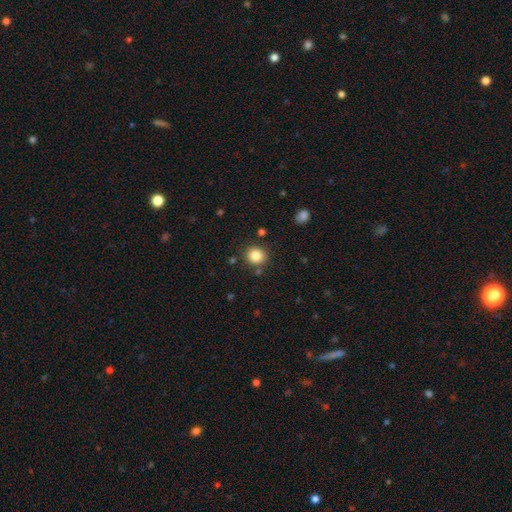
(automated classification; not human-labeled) A smooth galaxy with no disk features (85%) that is round (86%). Merging: none (86%).